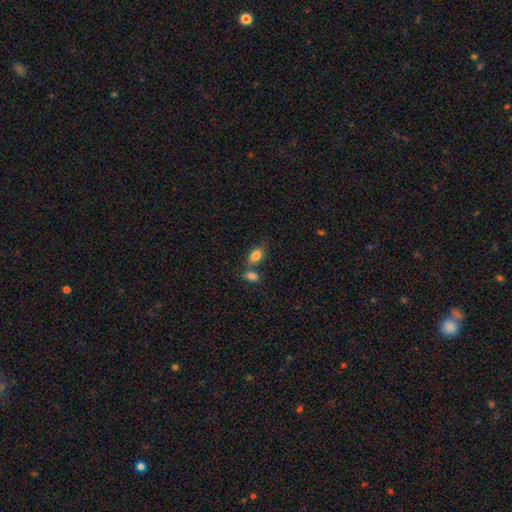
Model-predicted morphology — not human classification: A smooth galaxy with no disk features (82%) that is in between round and cigar-shaped (87%). Merging: none (49%).